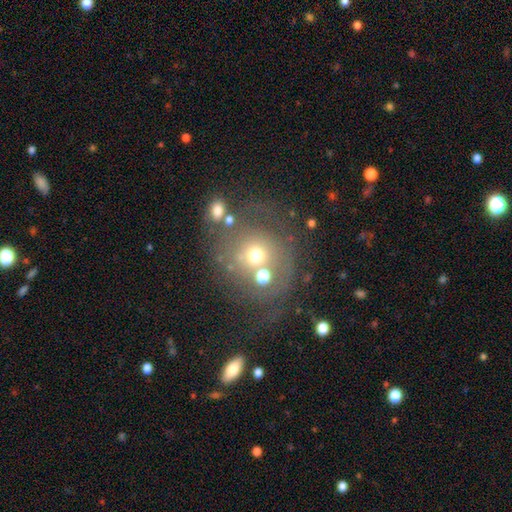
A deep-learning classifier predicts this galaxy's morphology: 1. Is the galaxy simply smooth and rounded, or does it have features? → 53% smooth, 28% featured or disk, 19% star or artifact.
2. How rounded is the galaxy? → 83% round, 16% in between, 1% cigar-shaped.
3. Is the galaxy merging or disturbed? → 52% none, 16% minor disturbance, 16% major disturbance, 16% merger.